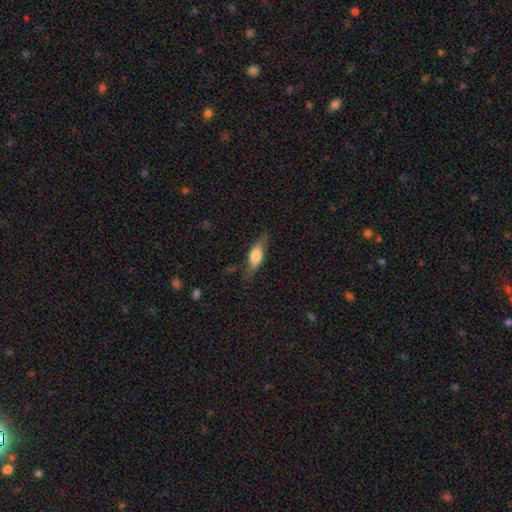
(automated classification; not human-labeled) smooth_or_featured: smooth (p=0.64) [alt: featured or disk p=0.29]
how_rounded: in between (p=0.64) [alt: cigar-shaped p=0.32]
merging: none (p=0.70) [alt: minor disturbance p=0.21]